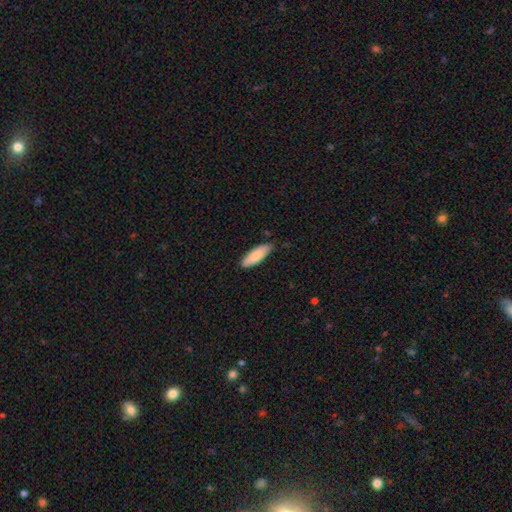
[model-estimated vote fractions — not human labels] smooth 85%, featured or disk 10%, star or artifact 5%. Down the decision tree: how rounded — in between (54%); merging — none (80%).